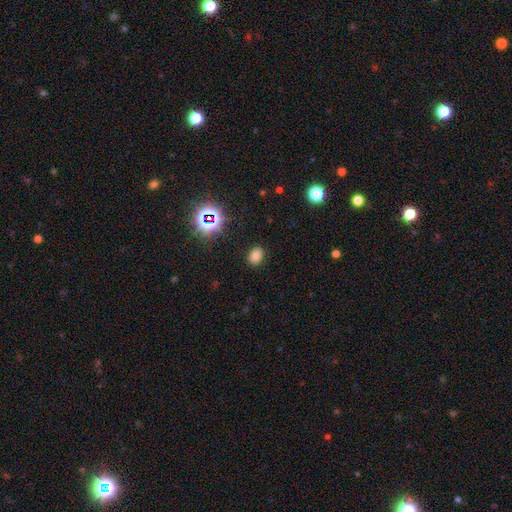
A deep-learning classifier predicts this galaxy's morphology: Overall: smooth (73%). How rounded: in between (69%; round 30%). Merging: none (87%).